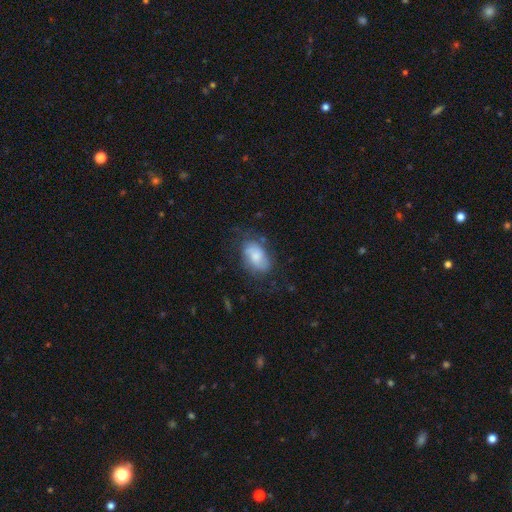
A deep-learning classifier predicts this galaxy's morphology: smooth-or-featured: smooth: 59% | featured or disk: 33% | star or artifact: 8%
  how-rounded: in between: 88% | round: 10% | cigar-shaped: 2%
  merging: none: 60% | minor disturbance: 25% | major disturbance: 13% | merger: 2%